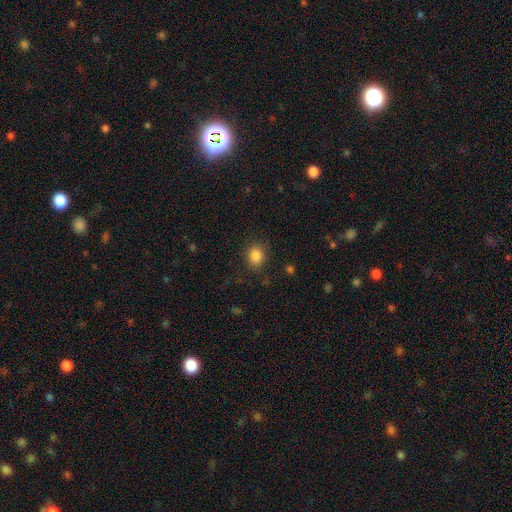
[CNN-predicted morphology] This is clearly a smooth galaxy (85%). How rounded: possibly round (54%). Merging: clearly none (83%).